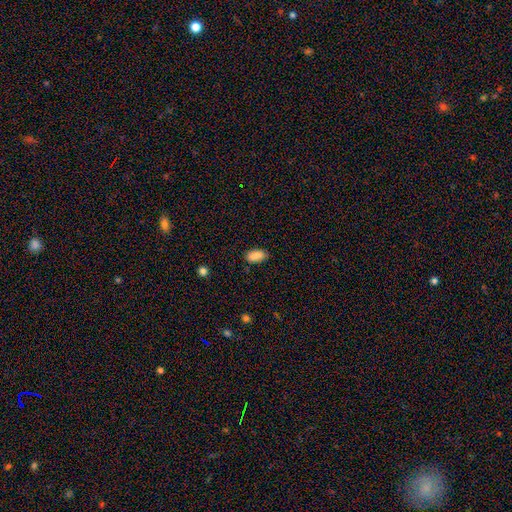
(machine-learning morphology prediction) This appears to be a smooth galaxy with no disk features (89%) that is in between round and cigar-shaped (92%). Merging: none (84%).